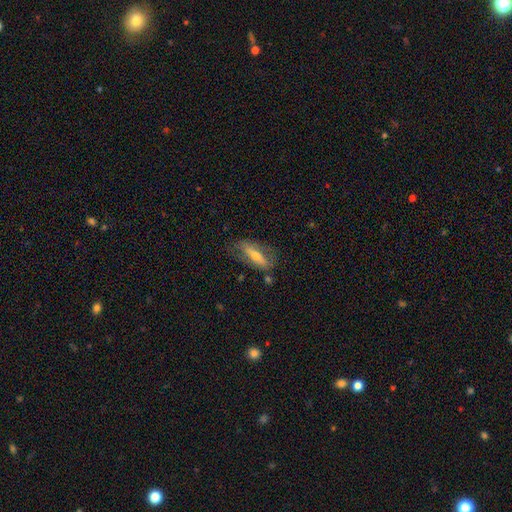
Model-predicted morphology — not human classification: type=featured or disk (53%); edge-on=no (52%); merging=none (65%).